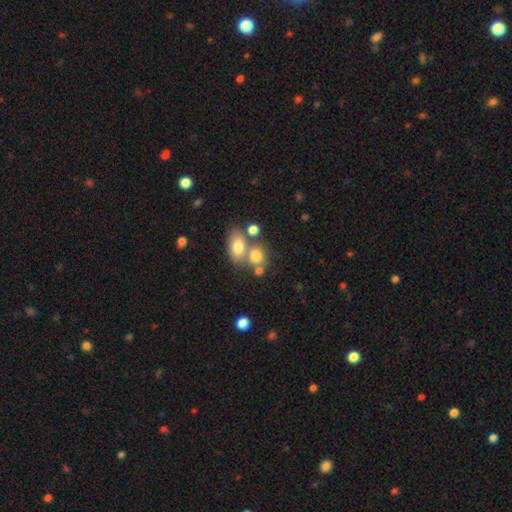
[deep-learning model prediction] Overall: smooth (75%). How rounded: in between (53%; round 45%). Merging: none (44%; merger 40%).